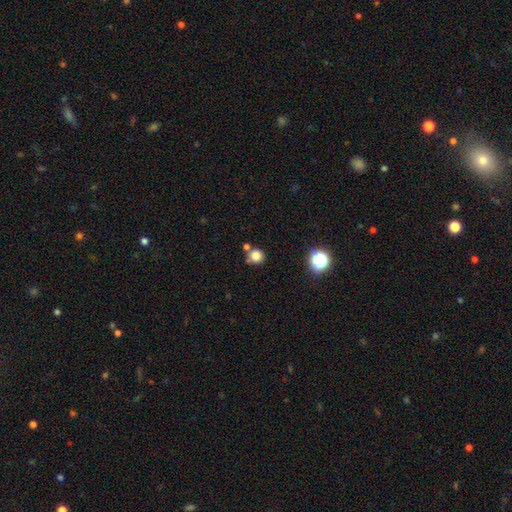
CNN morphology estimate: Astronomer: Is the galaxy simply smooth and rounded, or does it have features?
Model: smooth — 81%.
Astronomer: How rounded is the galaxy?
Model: round — 90%.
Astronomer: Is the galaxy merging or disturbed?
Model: none — 71%.